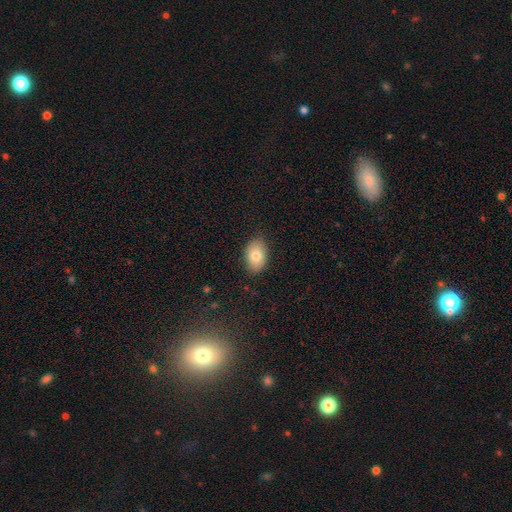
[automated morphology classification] This is clearly a smooth galaxy (82%). How rounded: clearly in between (88%). Merging: clearly none (83%).